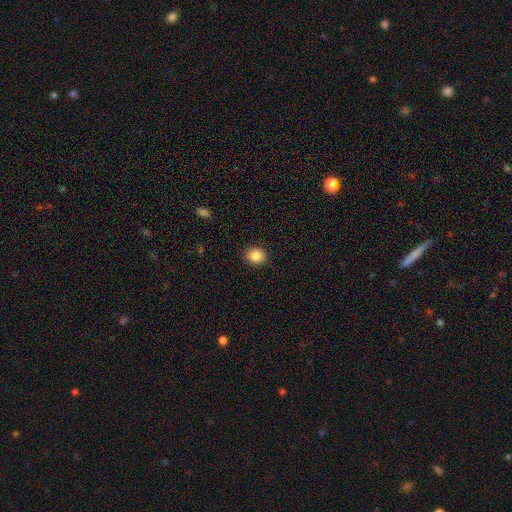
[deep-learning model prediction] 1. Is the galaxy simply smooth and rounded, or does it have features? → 87% smooth, 9% star or artifact, 4% featured or disk.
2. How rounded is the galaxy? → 79% round, 20% in between, 1% cigar-shaped.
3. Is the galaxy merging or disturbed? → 91% none, 6% minor disturbance, 2% major disturbance, 1% merger.